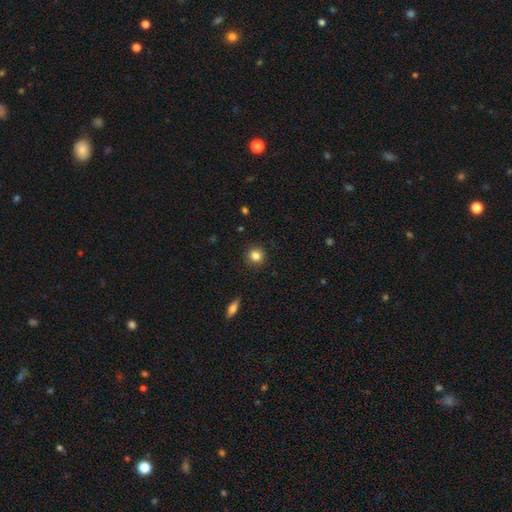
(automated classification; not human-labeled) smooth-or-featured: smooth: 84% | star or artifact: 10% | featured or disk: 5%
  how-rounded: round: 90% | in between: 9% | cigar-shaped: 1%
  merging: none: 91% | minor disturbance: 6% | major disturbance: 2% | merger: 1%